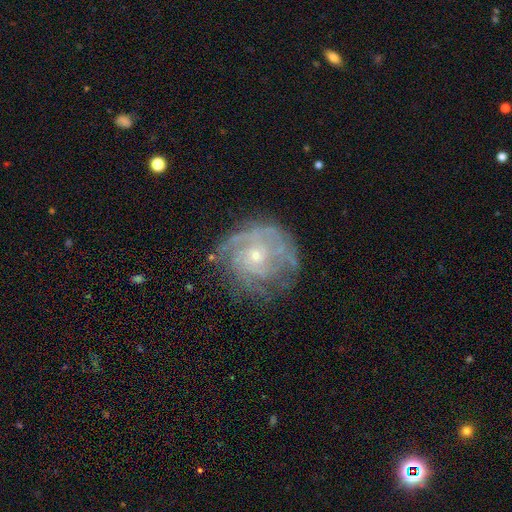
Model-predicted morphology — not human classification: Q: Smooth or featured?
A: featured or disk (82%); runner-up: smooth (11%)
Q: Edge-on disk?
A: no (97%); runner-up: yes (3%)
Q: Bar?
A: no (78%); runner-up: weak (19%)
Q: Spiral arms?
A: yes (91%); runner-up: no (9%)
Q: Spiral winding?
A: tight (64%); runner-up: medium (28%)
Q: Spiral arm count?
A: can't tell (39%); runner-up: 3 (20%)
Q: Bulge size?
A: small (73%); runner-up: moderate (23%)
Q: Merging?
A: none (68%); runner-up: minor disturbance (20%)